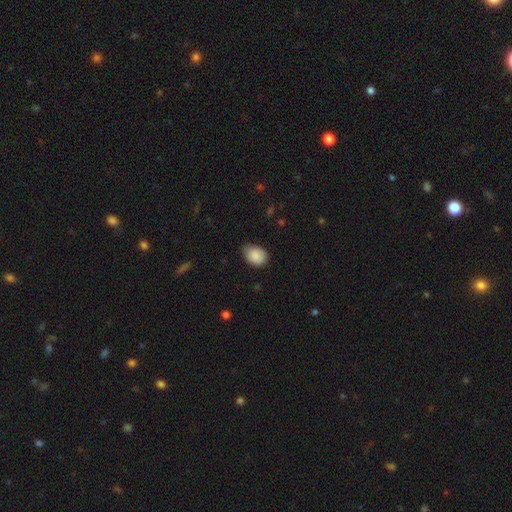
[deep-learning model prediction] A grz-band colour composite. It shows a smooth galaxy with no disk features (87%) that is in between round and cigar-shaped (69%). Merging: none (61%).